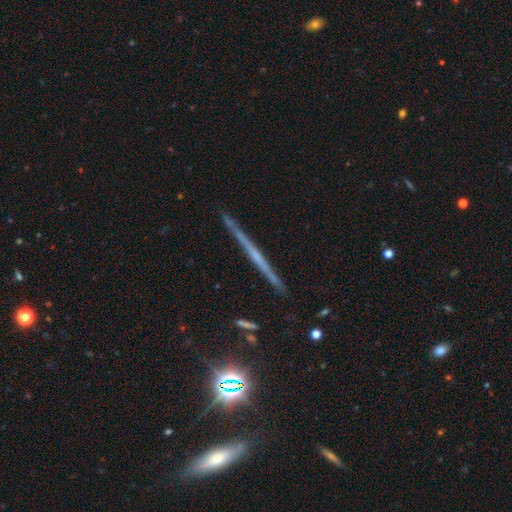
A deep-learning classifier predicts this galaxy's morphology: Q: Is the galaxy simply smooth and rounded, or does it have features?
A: featured or disk — 69%.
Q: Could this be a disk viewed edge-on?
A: yes — 98%.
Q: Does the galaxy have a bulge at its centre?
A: none — 69%.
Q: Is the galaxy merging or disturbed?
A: none — 91%.